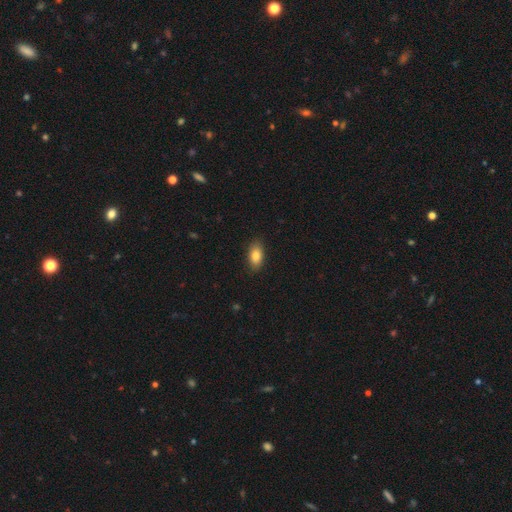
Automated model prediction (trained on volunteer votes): A smooth galaxy with no disk features (85%) that is in between round and cigar-shaped (91%). Merging: none (87%).